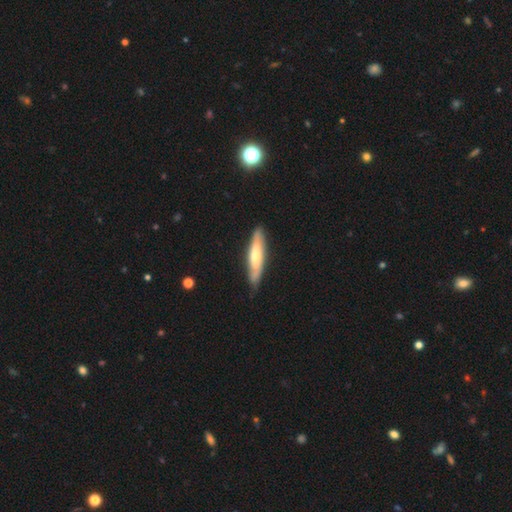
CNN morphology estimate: smooth_or_featured: smooth (p=0.52) [alt: featured or disk p=0.43]
how_rounded: cigar-shaped (p=0.80) [alt: in between p=0.19]
merging: none (p=0.81) [alt: minor disturbance p=0.15]